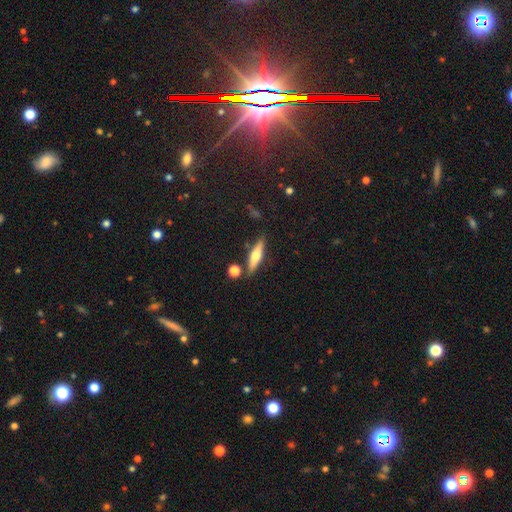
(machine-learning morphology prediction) featured or disk 48%, smooth 45%, star or artifact 8%. Down the decision tree: merging — none (82%).